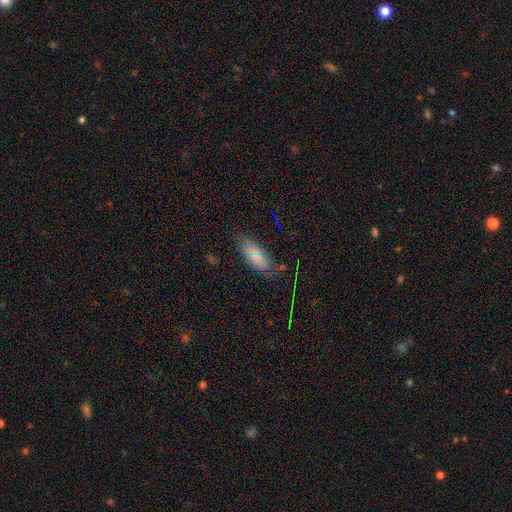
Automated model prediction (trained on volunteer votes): Q: Smooth or featured?
A: smooth (74%); runner-up: star or artifact (15%)
Q: How rounded?
A: in between (80%); runner-up: cigar-shaped (17%)
Q: Merging?
A: none (76%); runner-up: minor disturbance (17%)